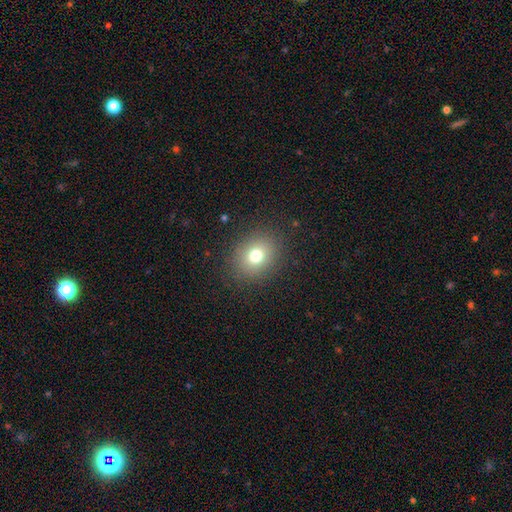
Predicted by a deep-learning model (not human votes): Smooth or featured: smooth — 76% (star or artifact — 14%)
How rounded: round — 59% (in between — 40%)
Merging: none — 87% (minor disturbance — 8%)